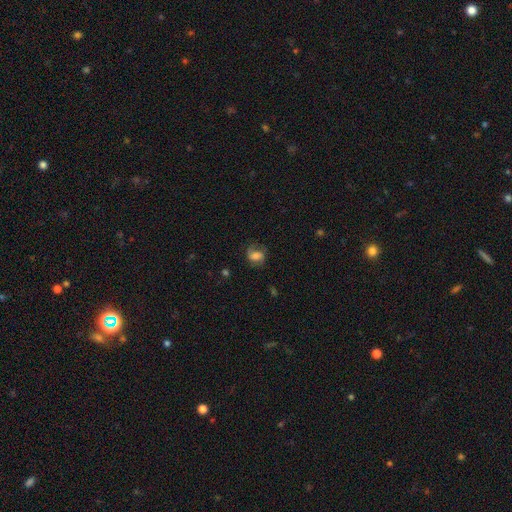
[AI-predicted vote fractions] smooth_or_featured: smooth (p=0.59) [alt: featured or disk p=0.31]
how_rounded: in between (p=0.62) [alt: round p=0.36]
merging: none (p=0.55) [alt: minor disturbance p=0.25]